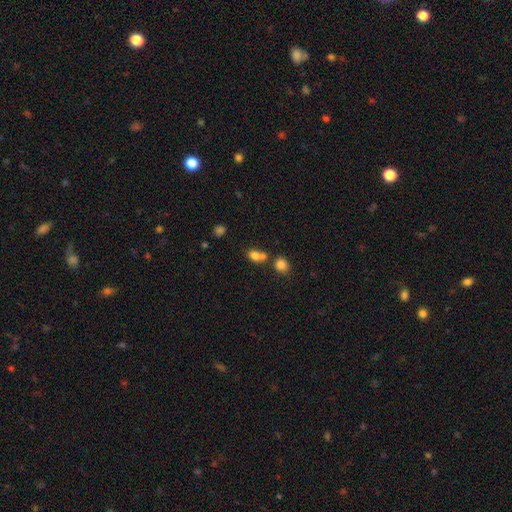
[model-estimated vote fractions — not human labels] smooth 77%, star or artifact 13%, featured or disk 10%. Down the decision tree: how rounded — in between (54%); merging — merger (52%).